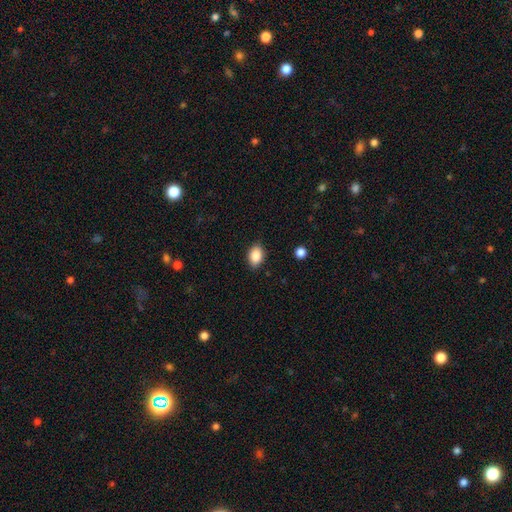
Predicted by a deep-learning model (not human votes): A smooth galaxy with no disk features (87%) that is in between round and cigar-shaped (83%). Merging: none (86%).